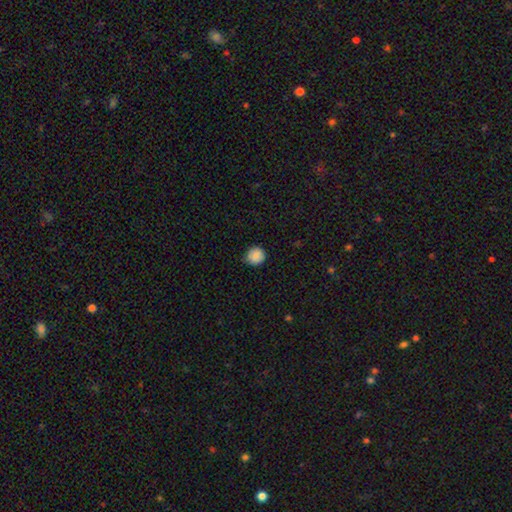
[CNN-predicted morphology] Q: Smooth or featured?
A: smooth (88%); runner-up: star or artifact (9%)
Q: How rounded?
A: round (91%); runner-up: in between (8%)
Q: Merging?
A: none (83%); runner-up: minor disturbance (14%)